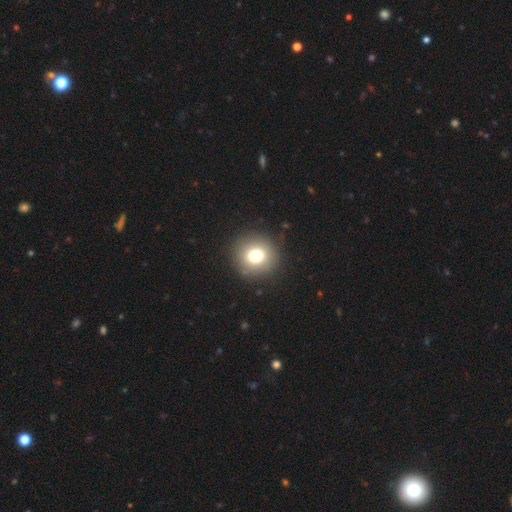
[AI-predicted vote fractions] Smooth or featured: smooth — 76% (featured or disk — 12%)
How rounded: round — 91% (in between — 8%)
Merging: none — 89% (minor disturbance — 7%)